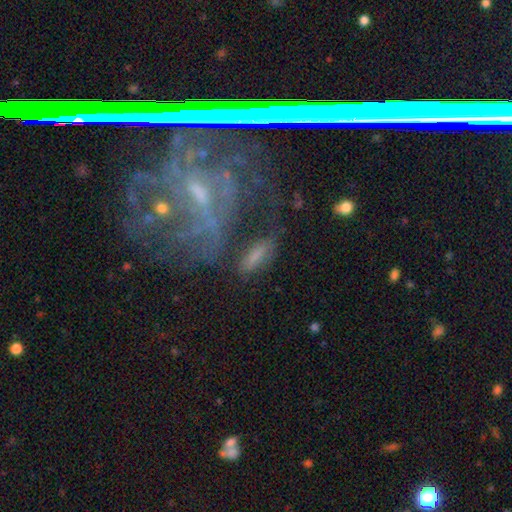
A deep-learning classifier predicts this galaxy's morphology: Smooth or featured?
  - smooth: 51% *
  - featured or disk: 37%
  - star or artifact: 12%
How rounded?
  - in between: 58% *
  - cigar-shaped: 36%
  - round: 6%
Merging?
  - none: 64% *
  - minor disturbance: 18%
  - major disturbance: 11%
  - merger: 7%